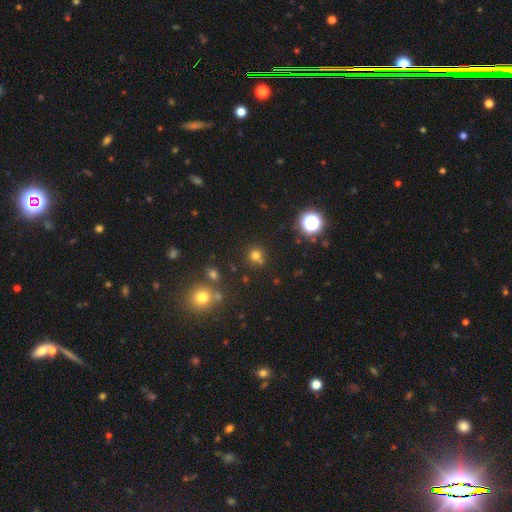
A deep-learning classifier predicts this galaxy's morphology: type=smooth (69%); roundness=round (89%); merging=none (69%).